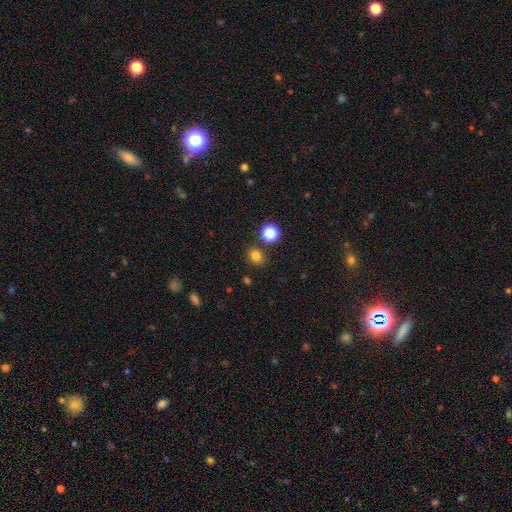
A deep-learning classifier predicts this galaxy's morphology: Q: Smooth or featured?
A: smooth (79%); runner-up: star or artifact (15%)
Q: How rounded?
A: round (53%); runner-up: in between (46%)
Q: Merging?
A: none (82%); runner-up: minor disturbance (9%)